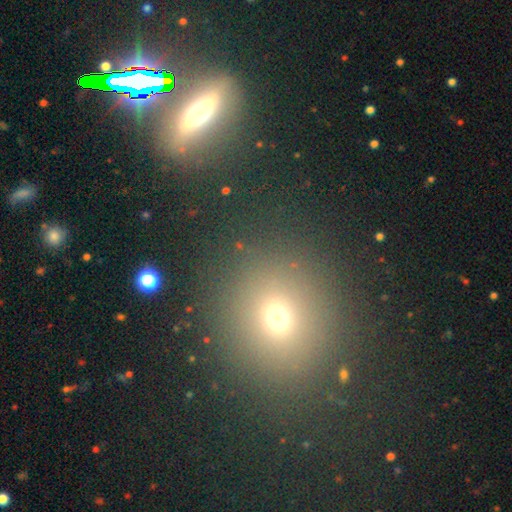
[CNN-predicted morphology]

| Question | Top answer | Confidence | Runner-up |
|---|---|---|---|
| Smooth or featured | smooth | 56% | star or artifact (30%) |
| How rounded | round | 77% | in between (20%) |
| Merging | none | 83% | minor disturbance (8%) |